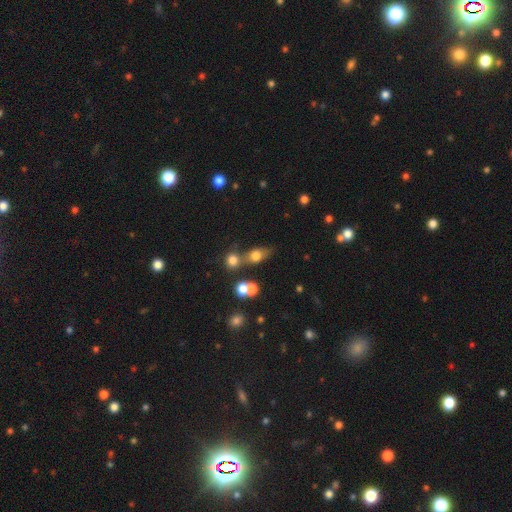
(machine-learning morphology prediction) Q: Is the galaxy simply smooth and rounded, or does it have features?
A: smooth — 70%.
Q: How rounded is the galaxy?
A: in between — 58%.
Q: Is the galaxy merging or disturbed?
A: none — 49%.